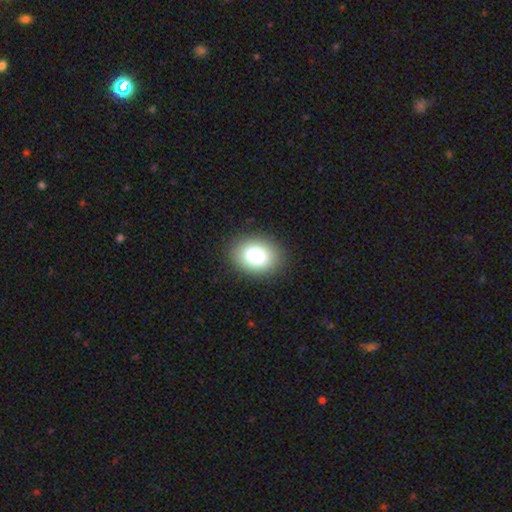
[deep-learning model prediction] Smooth or featured? smooth (84%)
How rounded? in between (74%)
Merging? none (85%)